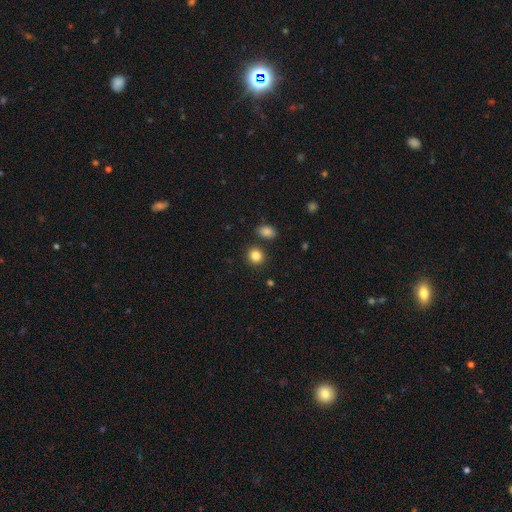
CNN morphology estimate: This is clearly a smooth galaxy (86%). How rounded: clearly round (81%). Merging: clearly none (84%).